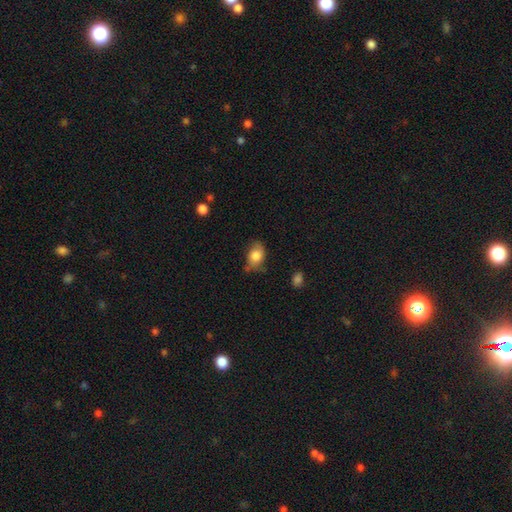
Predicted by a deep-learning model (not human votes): Overall: smooth (78%). How rounded: in between (77%). Merging: none (57%; minor disturbance 30%).